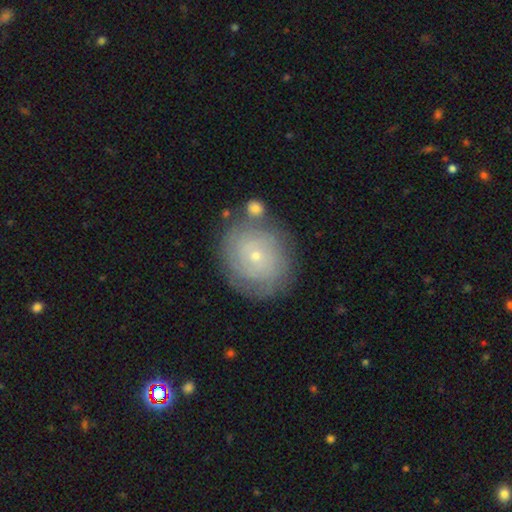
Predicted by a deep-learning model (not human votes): Smooth or featured: featured or disk — 63% (smooth — 29%)
Edge-on disk: no — 97% (yes — 3%)
Bar: no — 86% (weak — 11%)
Spiral arms: yes — 79% (no — 21%)
Bulge size: small — 80% (moderate — 17%)
Merging: none — 75% (minor disturbance — 15%)